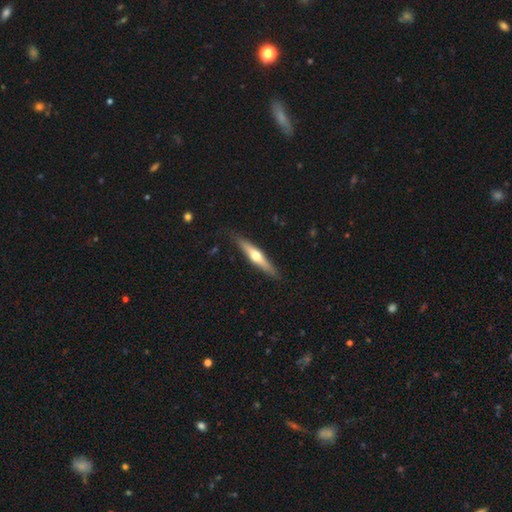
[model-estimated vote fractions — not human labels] Overall: featured or disk (57%; smooth 38%). Edge-on disk: yes (95%). Edge-on bulge: rounded (92%). Merging: none (87%).